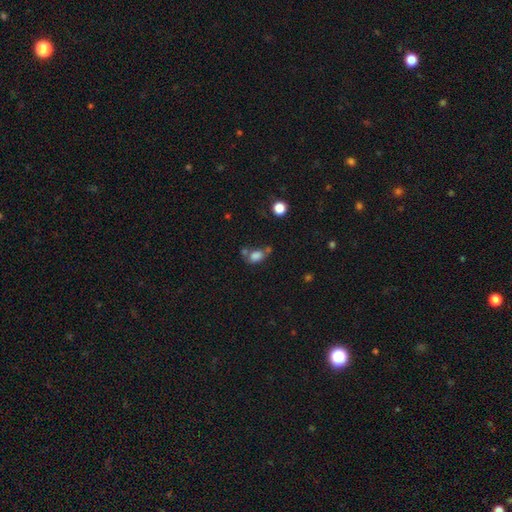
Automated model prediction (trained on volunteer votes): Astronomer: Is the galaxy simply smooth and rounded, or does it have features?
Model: smooth — 77%.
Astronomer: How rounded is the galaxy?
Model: in between — 79%.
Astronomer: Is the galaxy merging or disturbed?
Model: none — 41% (runner-up: merger, 32%).